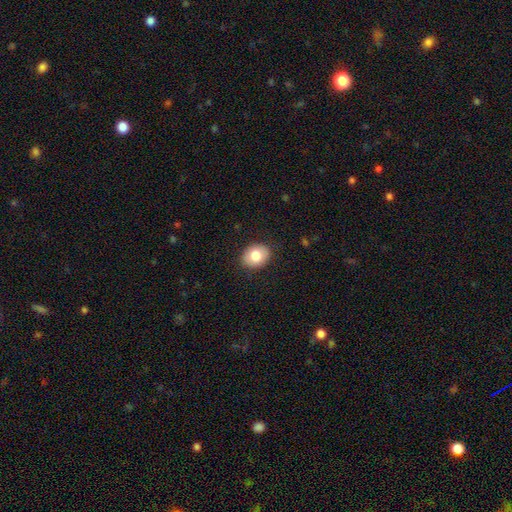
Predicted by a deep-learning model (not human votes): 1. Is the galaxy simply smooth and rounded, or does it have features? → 81% smooth, 12% featured or disk, 8% star or artifact.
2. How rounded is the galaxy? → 58% in between, 41% round, 1% cigar-shaped.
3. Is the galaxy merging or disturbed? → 87% none, 10% minor disturbance, 2% major disturbance, 1% merger.